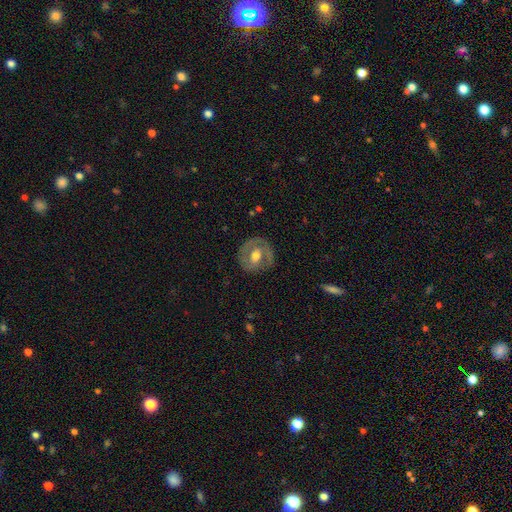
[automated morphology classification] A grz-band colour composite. It shows a featured or disk galaxy (61%) with a weak bar (42%, tied with no), spiral arms (57%) and a moderate central bulge (73%). Merging: none (79%).